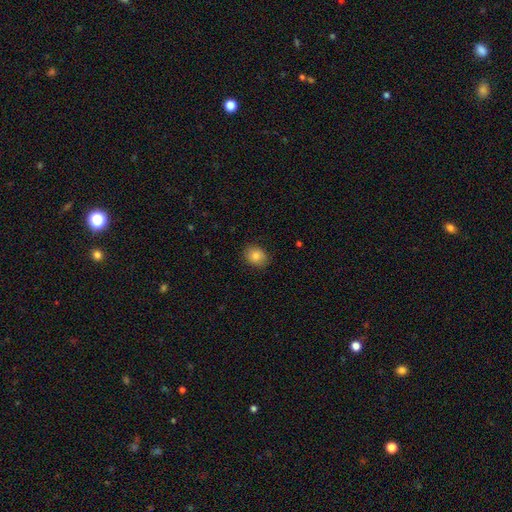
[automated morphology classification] Smooth or featured? smooth (84%)
How rounded? round (51%)
Merging? none (87%)